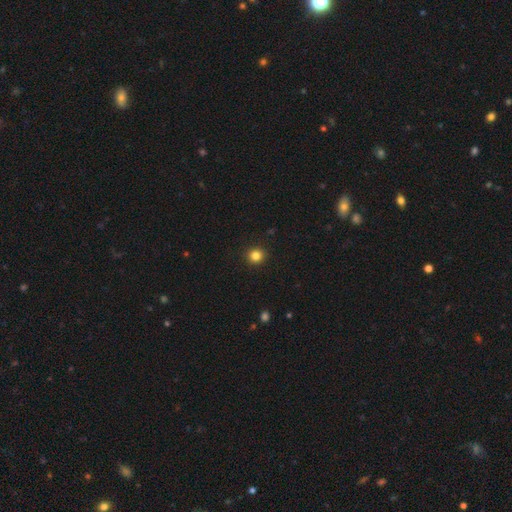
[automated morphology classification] A smooth galaxy with no disk features (84%) that is round (92%). Merging: none (93%).